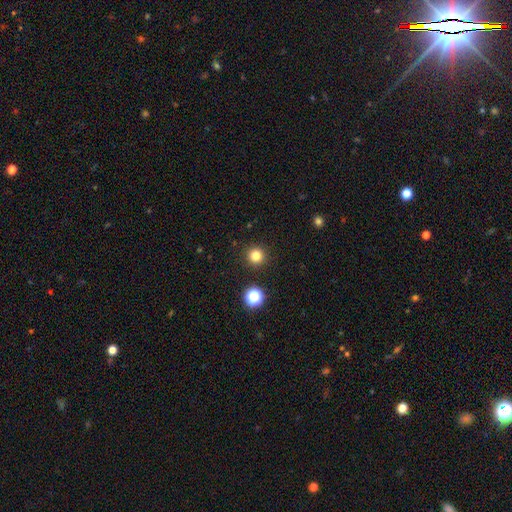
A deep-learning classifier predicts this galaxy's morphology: smooth-or-featured: smooth: 81% | star or artifact: 14% | featured or disk: 5%
  how-rounded: round: 96% | in between: 3% | cigar-shaped: 1%
  merging: none: 92% | minor disturbance: 5% | major disturbance: 2% | merger: 2%